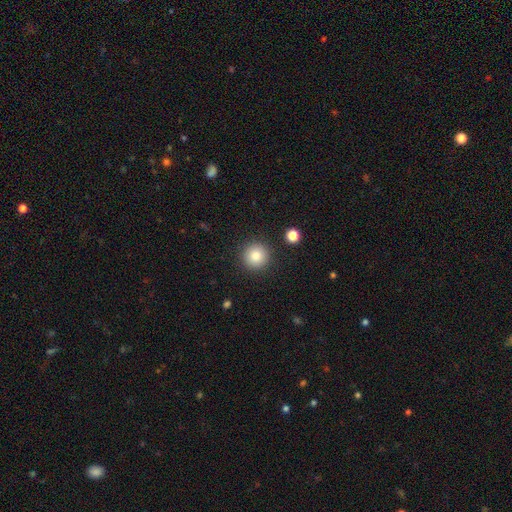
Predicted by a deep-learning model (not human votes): A smooth galaxy with no disk features (83%) that is round (95%). Merging: none (90%).